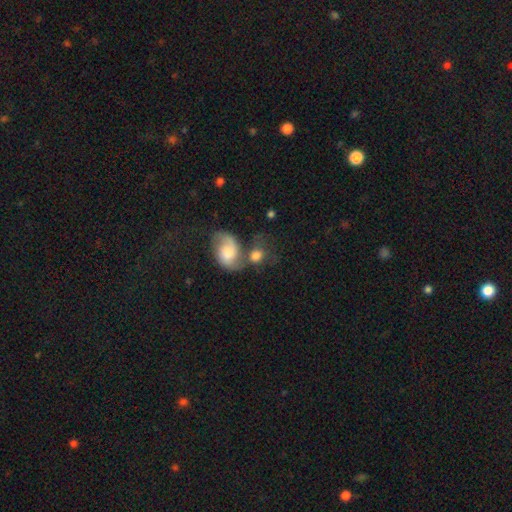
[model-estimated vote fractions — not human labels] Smooth or featured?
  - smooth: 54% *
  - featured or disk: 35%
  - star or artifact: 11%
How rounded?
  - round: 51% *
  - in between: 47%
  - cigar-shaped: 2%
Merging?
  - merger: 44% *
  - none: 34%
  - minor disturbance: 13%
  - major disturbance: 9%